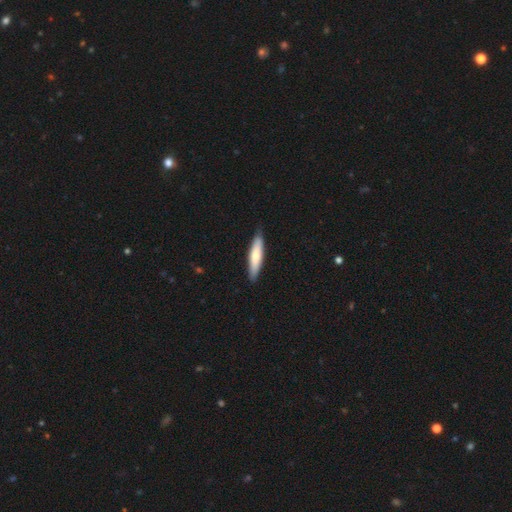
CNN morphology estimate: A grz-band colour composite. It shows a smooth galaxy with no disk features (69%) that is cigar-shaped (80%). Merging: none (86%).